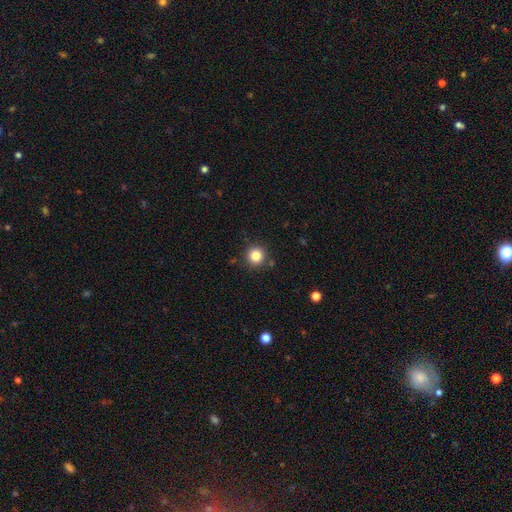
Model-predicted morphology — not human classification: Smooth or featured? smooth (84%)
How rounded? round (94%)
Merging? none (88%)